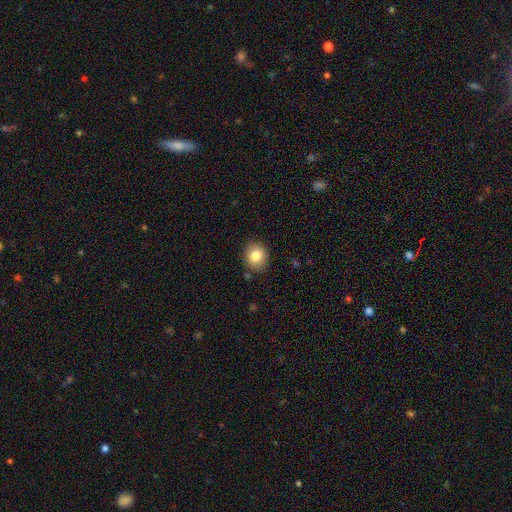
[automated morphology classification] A smooth galaxy with no disk features (83%) that is round (73%). Merging: none (86%).